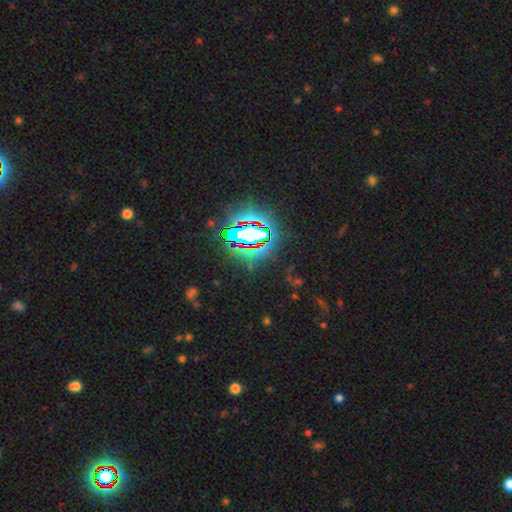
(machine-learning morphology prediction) Smooth or featured? star or artifact (86%)